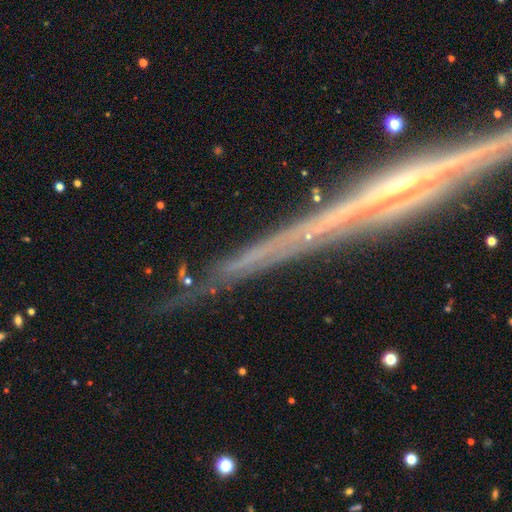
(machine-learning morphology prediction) Overall: featured or disk (59%; smooth 21%). Edge-on disk: yes (86%). Edge-on bulge: none (69%). Merging: none (77%).